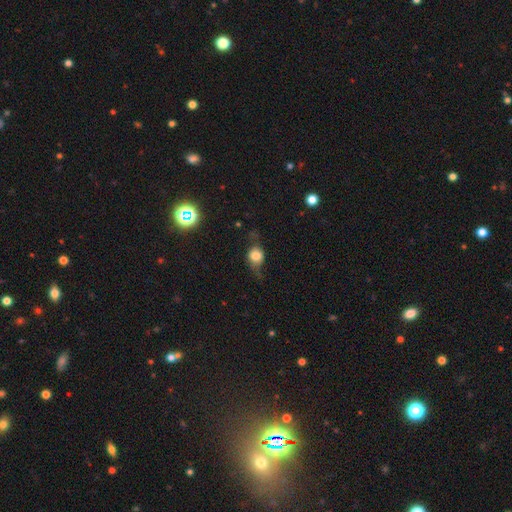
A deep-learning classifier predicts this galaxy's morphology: Overall: smooth (58%; featured or disk 29%). How rounded: round (60%; in between 37%). Merging: none (52%; minor disturbance 27%).